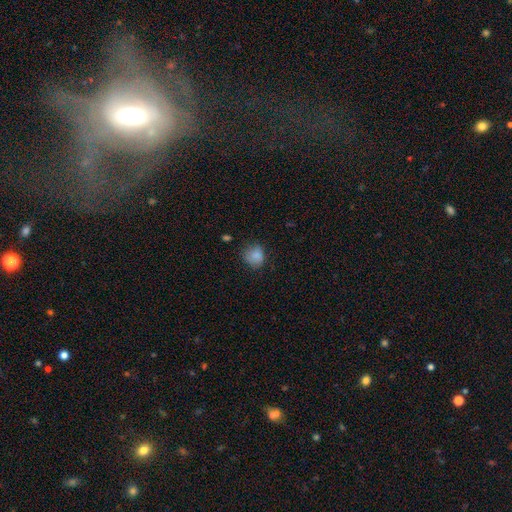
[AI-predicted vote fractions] A smooth galaxy with no disk features (84%) that is round (74%). Merging: none (64%).